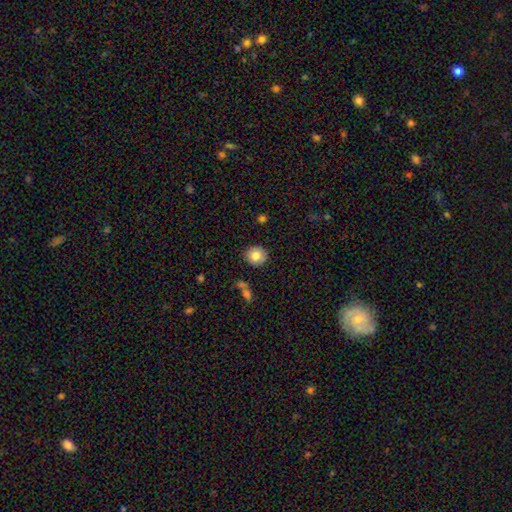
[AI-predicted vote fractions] smooth_or_featured: smooth (p=0.82) [alt: star or artifact p=0.09]
how_rounded: round (p=0.89) [alt: in between p=0.10]
merging: none (p=0.88) [alt: minor disturbance p=0.08]